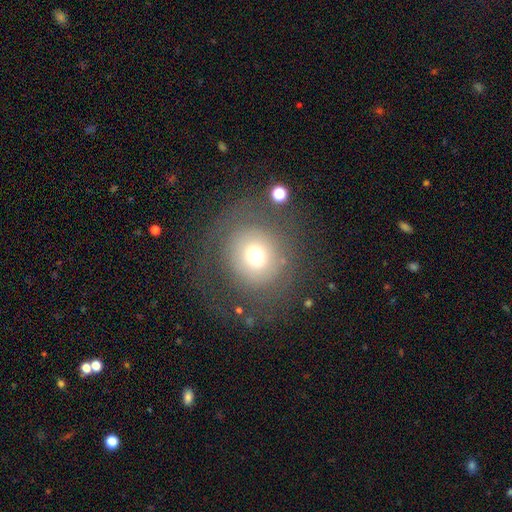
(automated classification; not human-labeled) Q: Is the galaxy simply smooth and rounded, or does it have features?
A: smooth — 58%.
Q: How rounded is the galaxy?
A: round — 85%.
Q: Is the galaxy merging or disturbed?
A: none — 63%.